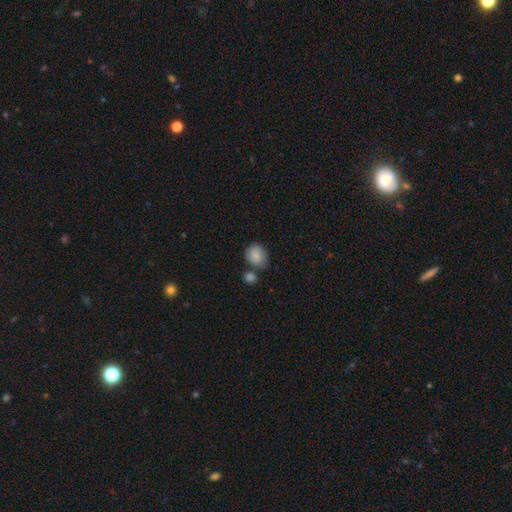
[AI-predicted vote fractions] Smooth or featured? smooth (78%)
How rounded? round (60%)
Merging? none (56%)